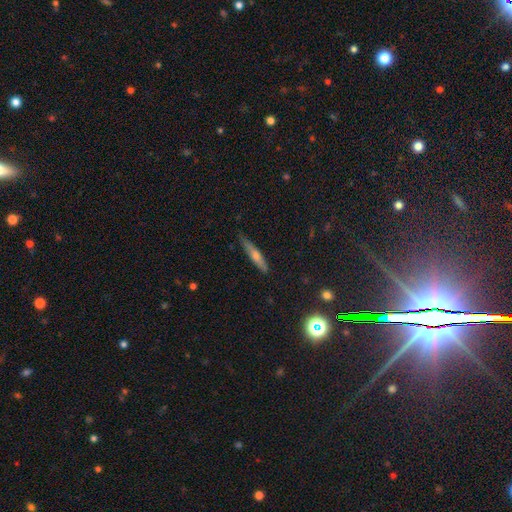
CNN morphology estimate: Smooth or featured?
  - featured or disk: 49% *
  - smooth: 41%
  - star or artifact: 10%
Merging?
  - none: 84% *
  - minor disturbance: 12%
  - major disturbance: 2%
  - merger: 1%